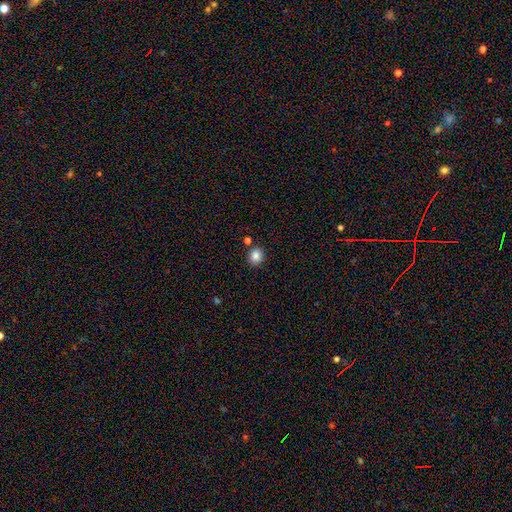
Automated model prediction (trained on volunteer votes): Q: Smooth or featured?
A: smooth (85%); runner-up: star or artifact (10%)
Q: How rounded?
A: round (76%); runner-up: in between (23%)
Q: Merging?
A: none (81%); runner-up: minor disturbance (9%)